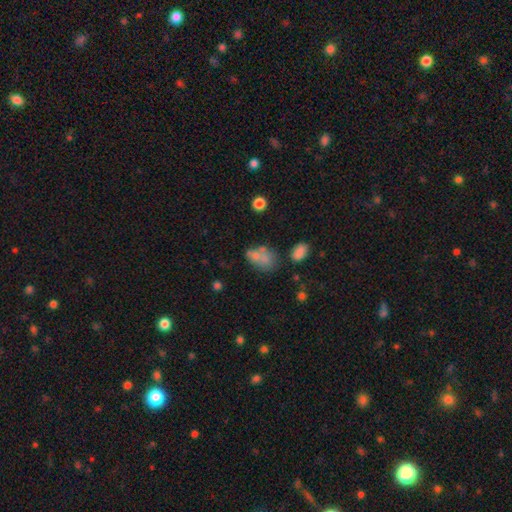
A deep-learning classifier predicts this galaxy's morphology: Q: Smooth or featured?
A: smooth (65%); runner-up: featured or disk (20%)
Q: How rounded?
A: in between (75%); runner-up: round (23%)
Q: Merging?
A: none (38%); runner-up: merger (36%)